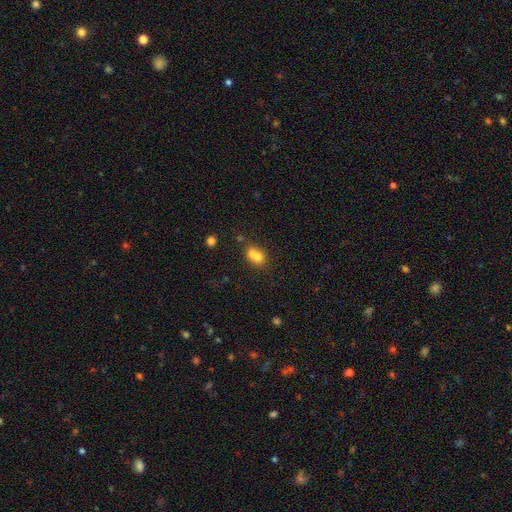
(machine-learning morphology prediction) Smooth or featured: smooth — 69% (featured or disk — 19%)
How rounded: round — 61% (in between — 37%)
Merging: merger — 64% (none — 25%)